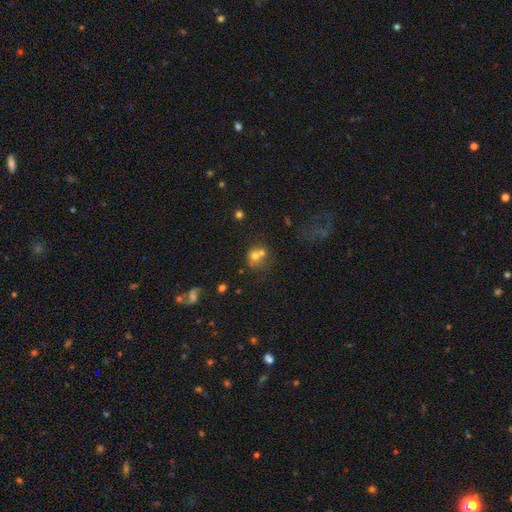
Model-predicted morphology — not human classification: type=smooth (64%); roundness=round (77%); merging=merger (49%).